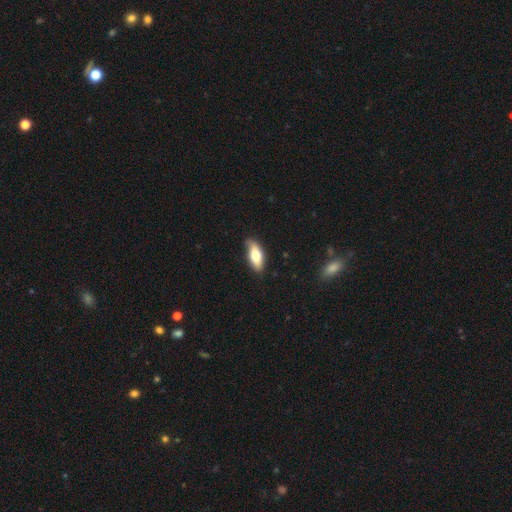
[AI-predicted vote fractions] This appears to be a smooth galaxy with no disk features (68%) that is in between round and cigar-shaped (79%). Merging: none (74%).